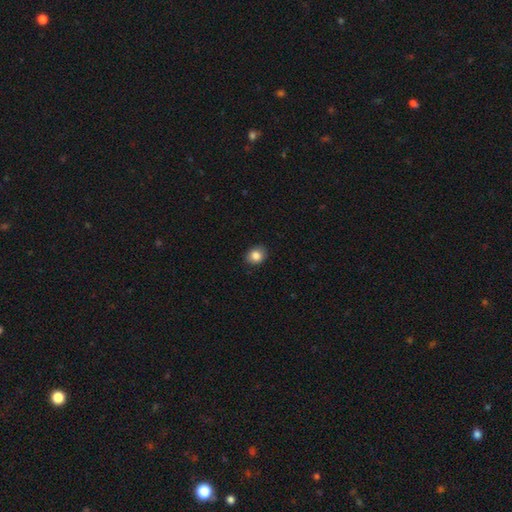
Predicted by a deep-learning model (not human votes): Overall: smooth (85%). How rounded: round (62%; in between 37%). Merging: none (89%).